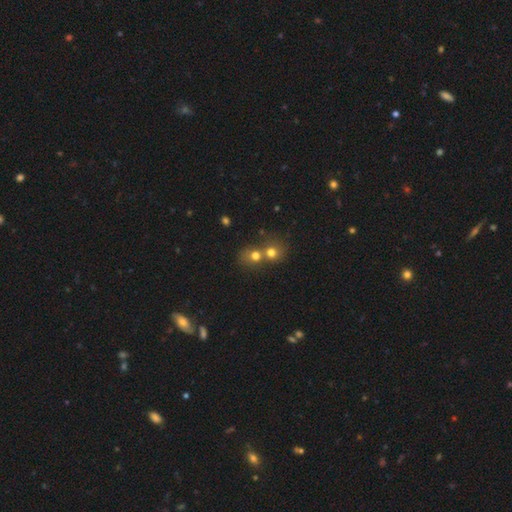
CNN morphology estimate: Overall: smooth (70%). How rounded: round (76%). Merging: merger (63%; none 28%).